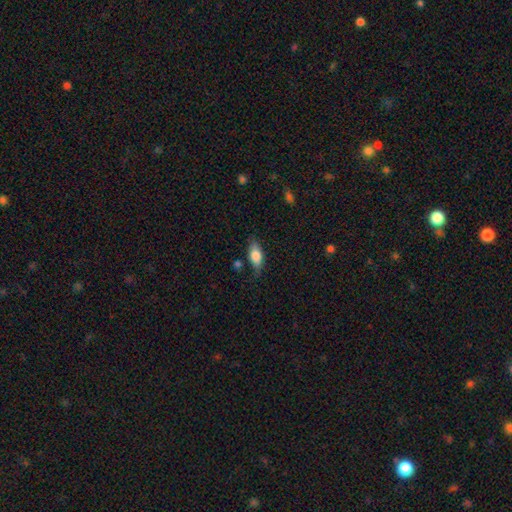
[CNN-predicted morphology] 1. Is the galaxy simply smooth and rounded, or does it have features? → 75% smooth, 18% featured or disk, 7% star or artifact.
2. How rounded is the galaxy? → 82% in between, 14% cigar-shaped, 4% round.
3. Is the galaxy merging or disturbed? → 71% none, 21% minor disturbance, 5% major disturbance, 3% merger.